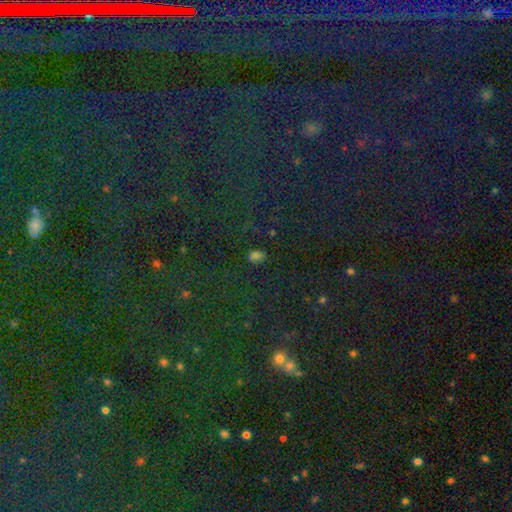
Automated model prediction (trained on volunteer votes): This appears to be a smooth galaxy with no disk features (64%) that is in between round and cigar-shaped (77%). Merging: none (81%).